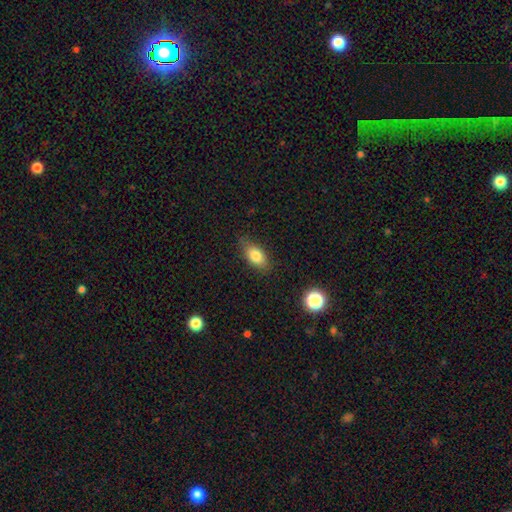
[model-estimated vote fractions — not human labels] This is clearly a smooth galaxy (80%). How rounded: clearly in between (86%). Merging: likely none (78%).